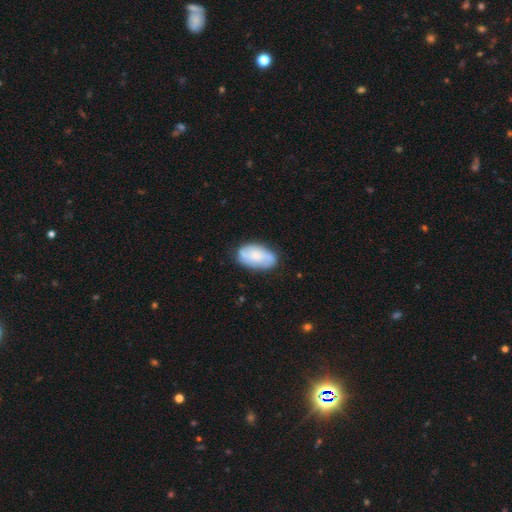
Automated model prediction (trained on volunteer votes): The model was most divided on "smooth or featured": smooth: 51%, featured or disk: 42%, star or artifact: 7%. More confident: how rounded — in between (93%); merging — none (72%).